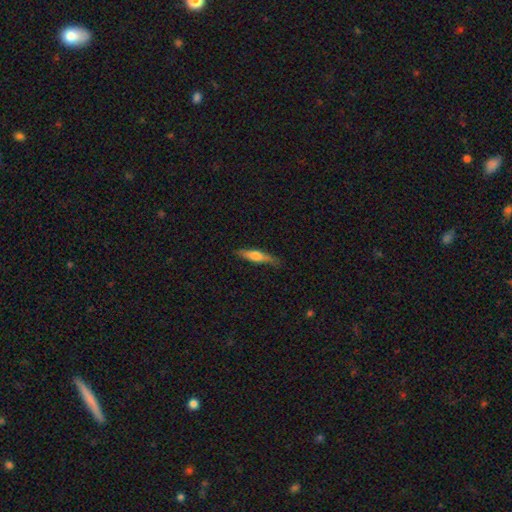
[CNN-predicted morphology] smooth-or-featured: smooth: 50% | featured or disk: 44% | star or artifact: 6%
  merging: none: 78% | minor disturbance: 17% | major disturbance: 3% | merger: 1%